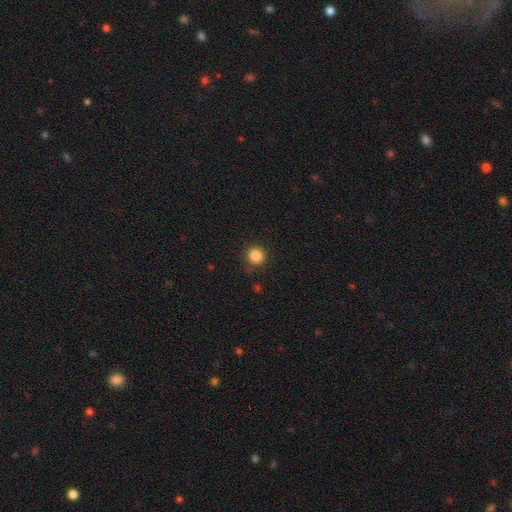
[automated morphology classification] Overall: smooth (86%). How rounded: round (94%). Merging: none (89%).